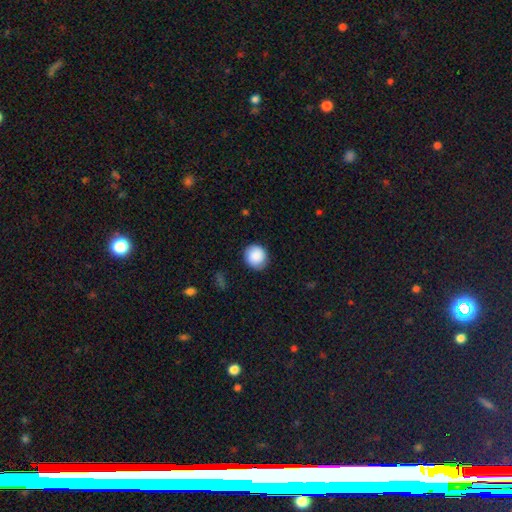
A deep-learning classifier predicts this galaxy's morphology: Smooth or featured? smooth (89%)
How rounded? round (89%)
Merging? none (86%)